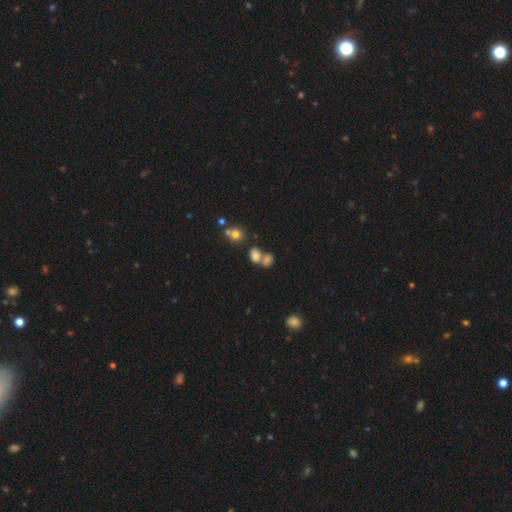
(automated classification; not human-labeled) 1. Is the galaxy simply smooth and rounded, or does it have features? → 73% smooth, 15% star or artifact, 12% featured or disk.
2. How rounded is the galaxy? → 64% in between, 34% round, 2% cigar-shaped.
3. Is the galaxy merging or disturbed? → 49% merger, 35% none, 10% minor disturbance, 6% major disturbance.